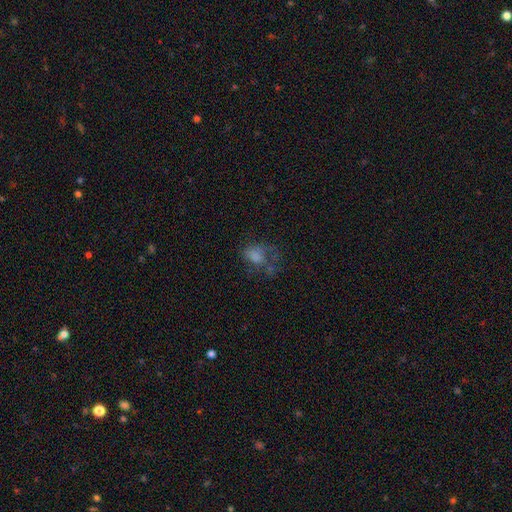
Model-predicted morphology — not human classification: smooth_or_featured: smooth (p=0.50) [alt: featured or disk p=0.30]
how_rounded: in between (p=0.66) [alt: round p=0.32]
merging: major disturbance (p=0.38) [alt: none p=0.36]